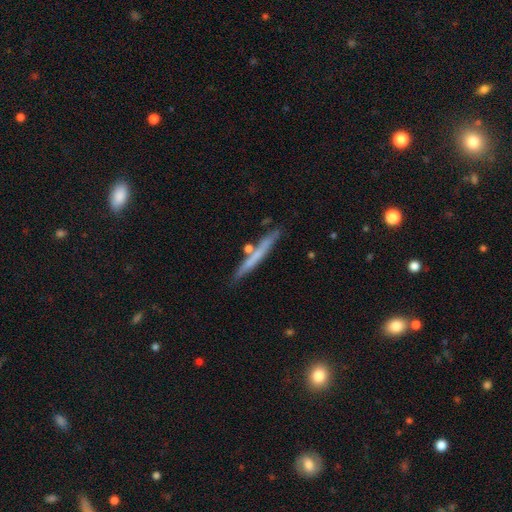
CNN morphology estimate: smooth-or-featured: smooth: 50% | featured or disk: 43% | star or artifact: 6%
  how-rounded: cigar-shaped: 96% | in between: 3% | round: 2%
  merging: none: 79% | minor disturbance: 12% | merger: 7% | major disturbance: 2%